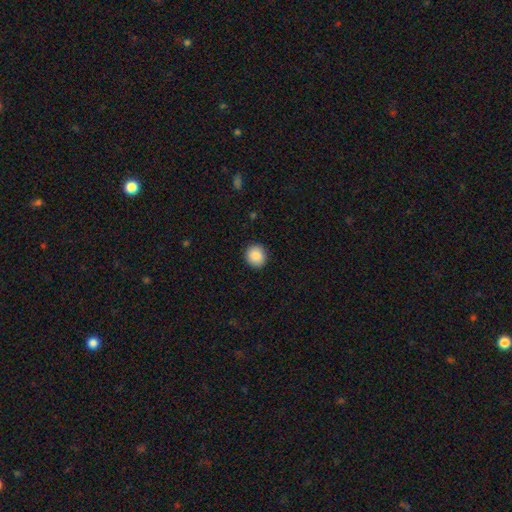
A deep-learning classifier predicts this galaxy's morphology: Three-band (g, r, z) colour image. It shows a smooth galaxy with no disk features (88%) that is round (86%). Merging: none (91%).